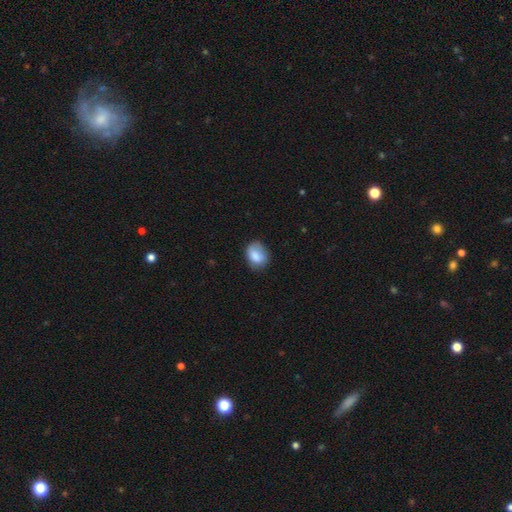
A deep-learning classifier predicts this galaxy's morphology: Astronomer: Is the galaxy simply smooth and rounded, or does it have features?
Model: smooth — 81%.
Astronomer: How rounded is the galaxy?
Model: in between — 59% (runner-up: round, 40%).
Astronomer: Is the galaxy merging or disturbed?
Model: none — 63%.